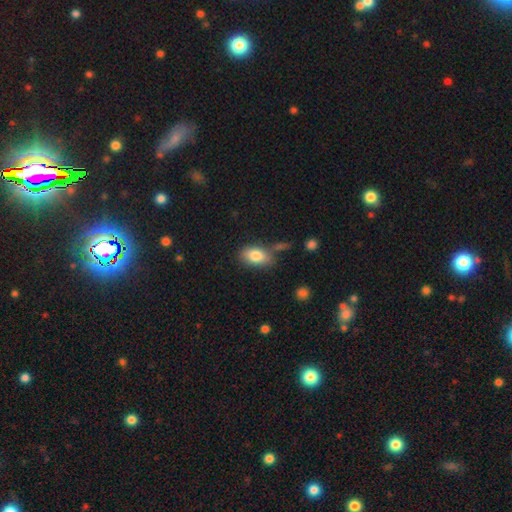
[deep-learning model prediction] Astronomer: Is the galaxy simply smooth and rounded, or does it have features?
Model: smooth — 81%.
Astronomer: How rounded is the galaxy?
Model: in between — 90%.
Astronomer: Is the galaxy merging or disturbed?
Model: none — 68%.